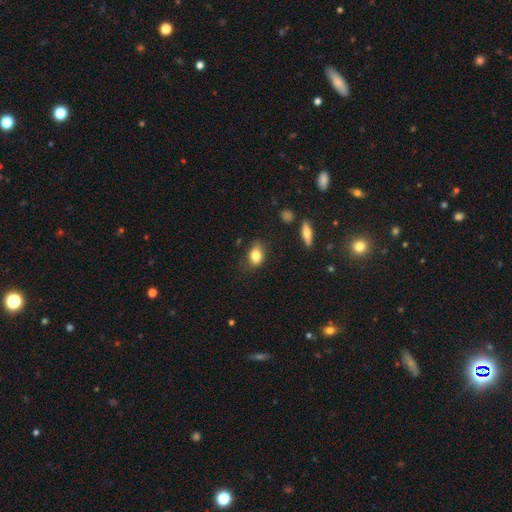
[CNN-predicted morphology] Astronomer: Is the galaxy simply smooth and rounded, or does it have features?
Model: smooth — 81%.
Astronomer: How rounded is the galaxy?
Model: in between — 78%.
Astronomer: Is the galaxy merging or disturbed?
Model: none — 69%.